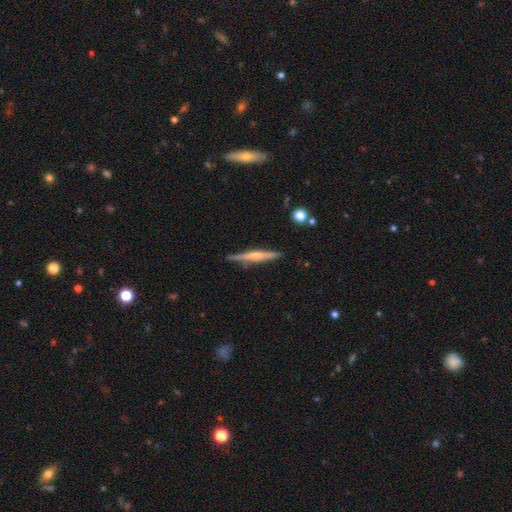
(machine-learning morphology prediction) featured or disk 57%, smooth 37%, star or artifact 6%. Down the decision tree: edge-on disk — yes (97%); edge-on bulge — rounded (56%); merging — none (85%).